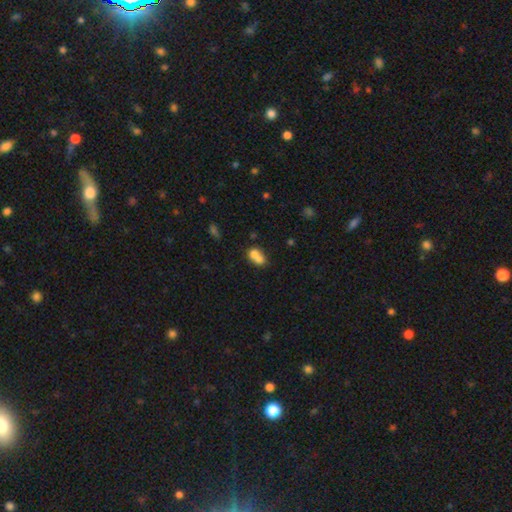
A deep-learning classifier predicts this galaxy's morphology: smooth_or_featured: smooth (p=0.70) [alt: featured or disk p=0.20]
how_rounded: in between (p=0.53) [alt: round p=0.45]
merging: merger (p=0.64) [alt: none p=0.23]